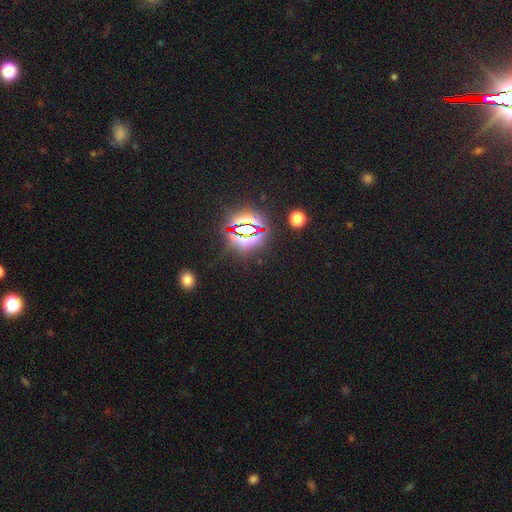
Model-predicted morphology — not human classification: smooth-or-featured: star or artifact: 84% | smooth: 10% | featured or disk: 6%